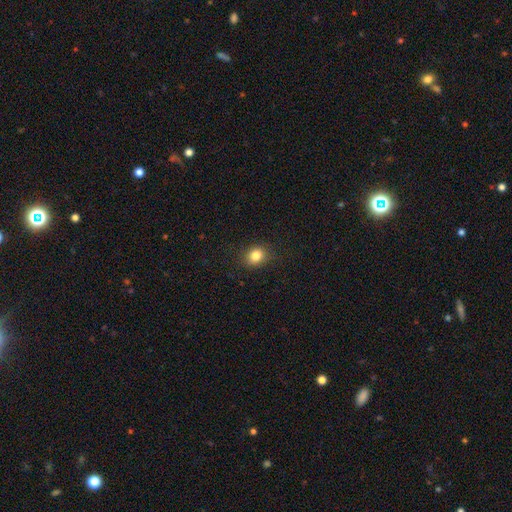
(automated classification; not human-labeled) Smooth or featured? Predicted: smooth (p=0.82). How rounded? Predicted: round (p=0.66). Merging? Predicted: none (p=0.87).